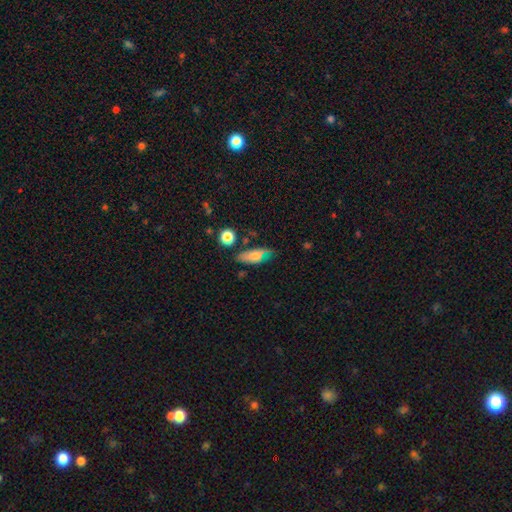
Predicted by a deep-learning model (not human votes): The model was most divided on "merging": none: 62%, minor disturbance: 25%, major disturbance: 8%, merger: 5%. More confident: how rounded — in between (71%); smooth or featured — smooth (66%).